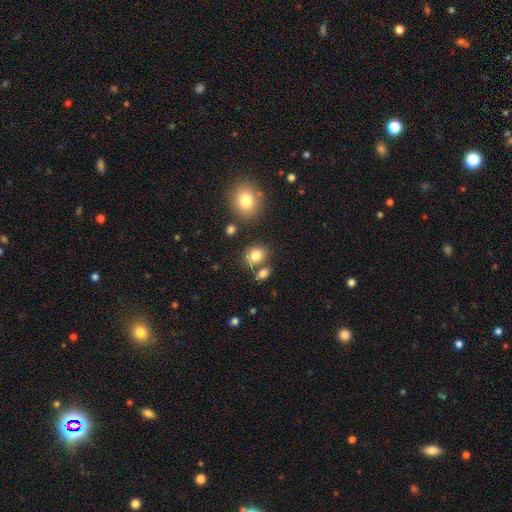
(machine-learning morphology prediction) smooth-or-featured: smooth: 83% | star or artifact: 11% | featured or disk: 7%
  how-rounded: round: 51% | in between: 48% | cigar-shaped: 1%
  merging: none: 69% | merger: 16% | minor disturbance: 12% | major disturbance: 4%